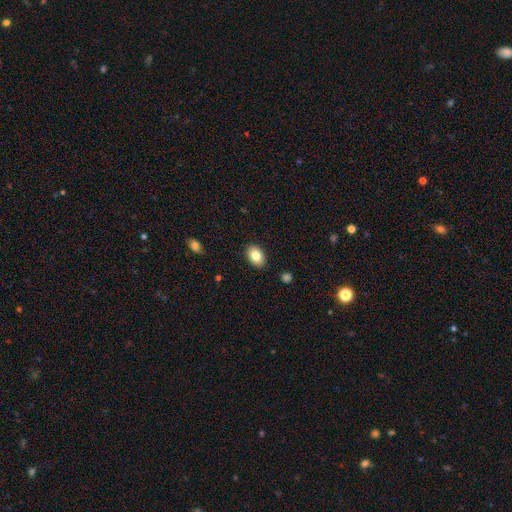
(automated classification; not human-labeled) Smooth or featured? Predicted: smooth (p=0.82). How rounded? Predicted: in between (p=0.85). Merging? Predicted: none (p=0.88).